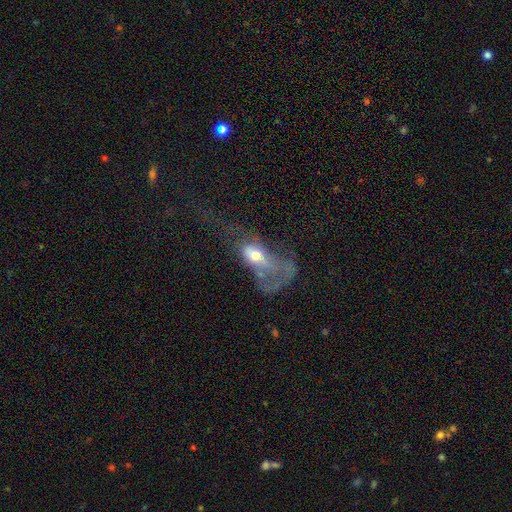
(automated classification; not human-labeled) This appears to be a smooth galaxy with no disk features (47%). Merging: major disturbance (66%).